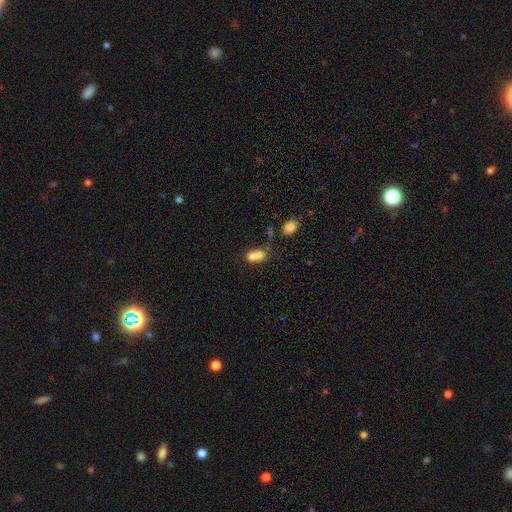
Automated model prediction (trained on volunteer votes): Q: Smooth or featured?
A: smooth (70%); runner-up: featured or disk (19%)
Q: How rounded?
A: in between (61%); runner-up: round (36%)
Q: Merging?
A: merger (66%); runner-up: none (21%)